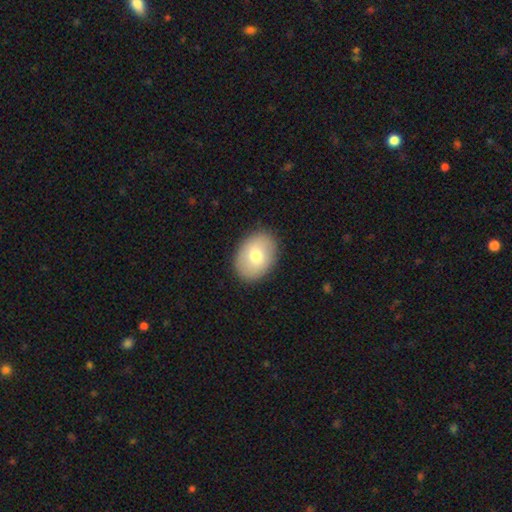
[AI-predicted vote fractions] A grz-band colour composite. It shows a smooth galaxy with no disk features (74%) that is in between round and cigar-shaped (76%). Merging: none (88%).